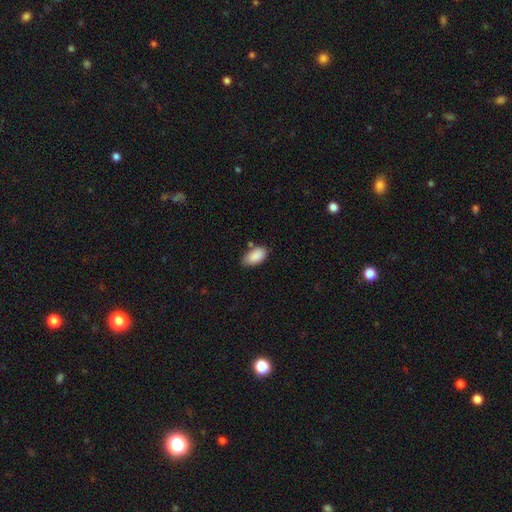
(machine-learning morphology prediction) Q: Smooth or featured?
A: smooth (89%); runner-up: star or artifact (7%)
Q: How rounded?
A: in between (94%); runner-up: round (3%)
Q: Merging?
A: none (71%); runner-up: minor disturbance (19%)